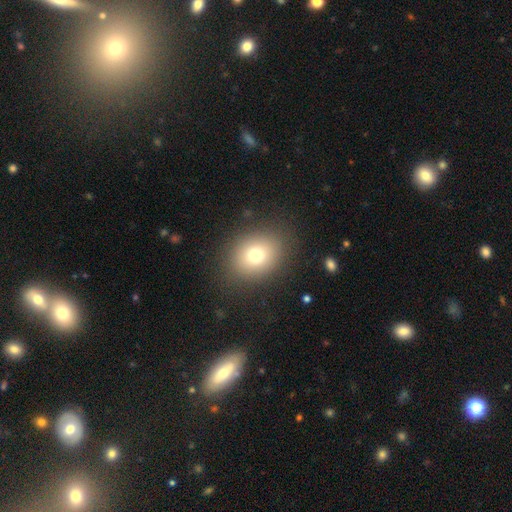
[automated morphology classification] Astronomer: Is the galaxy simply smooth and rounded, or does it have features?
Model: smooth — 75%.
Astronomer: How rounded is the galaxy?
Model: round — 54% (runner-up: in between, 45%).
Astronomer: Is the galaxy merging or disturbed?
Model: none — 86%.